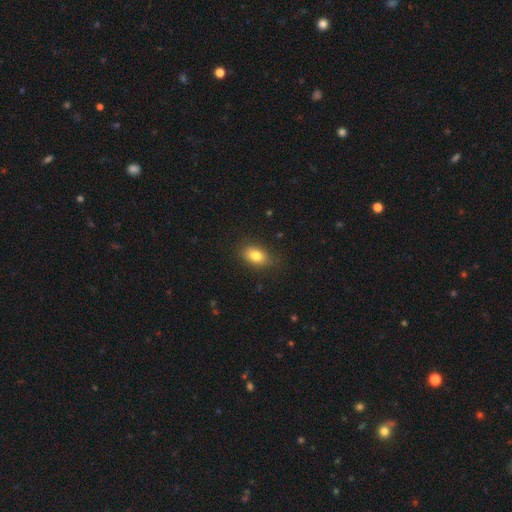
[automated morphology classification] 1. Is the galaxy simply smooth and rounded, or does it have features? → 81% smooth, 10% featured or disk, 9% star or artifact.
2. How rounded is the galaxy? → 84% in between, 14% round, 2% cigar-shaped.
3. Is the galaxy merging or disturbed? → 83% none, 13% minor disturbance, 3% major disturbance, 1% merger.